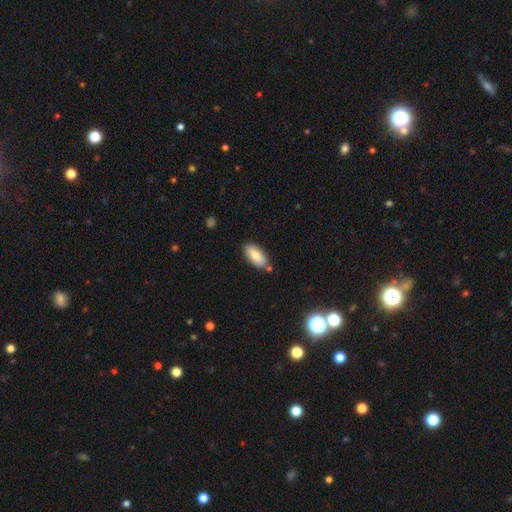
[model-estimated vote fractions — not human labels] This is likely a smooth galaxy (80%). How rounded: clearly in between (85%). Merging: clearly none (82%).